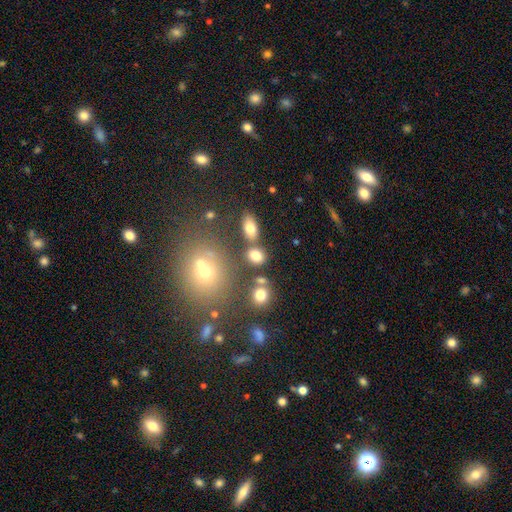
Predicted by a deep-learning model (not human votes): This appears to be a smooth galaxy with no disk features (74%) that is in between round and cigar-shaped (59%). Merging: none (65%).